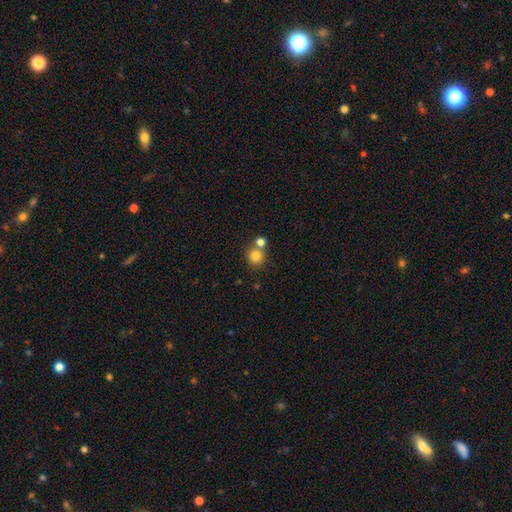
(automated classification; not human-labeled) Smooth or featured?
  - smooth: 81% *
  - star or artifact: 12%
  - featured or disk: 7%
How rounded?
  - round: 91% *
  - in between: 8%
  - cigar-shaped: 1%
Merging?
  - none: 62% *
  - merger: 28%
  - minor disturbance: 7%
  - major disturbance: 3%